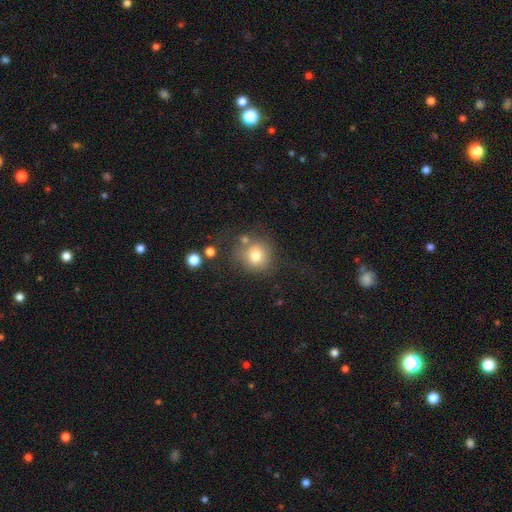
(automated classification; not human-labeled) Smooth or featured? Predicted: smooth (p=0.76). How rounded? Predicted: round (p=0.85). Merging? Predicted: none (p=0.64).